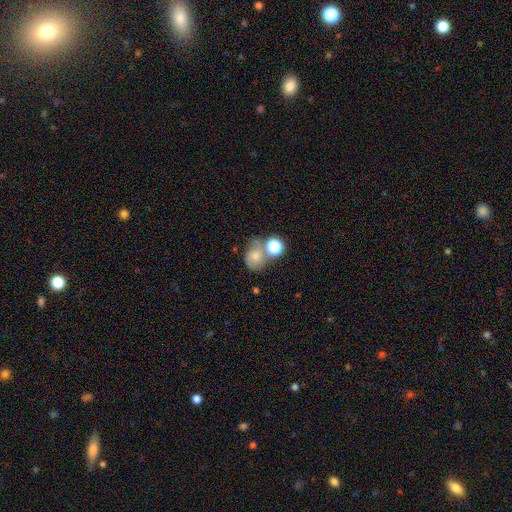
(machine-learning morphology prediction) smooth-or-featured: smooth: 61% | featured or disk: 25% | star or artifact: 14%
  how-rounded: round: 61% | in between: 38% | cigar-shaped: 1%
  merging: none: 40% | merger: 31% | minor disturbance: 19% | major disturbance: 11%